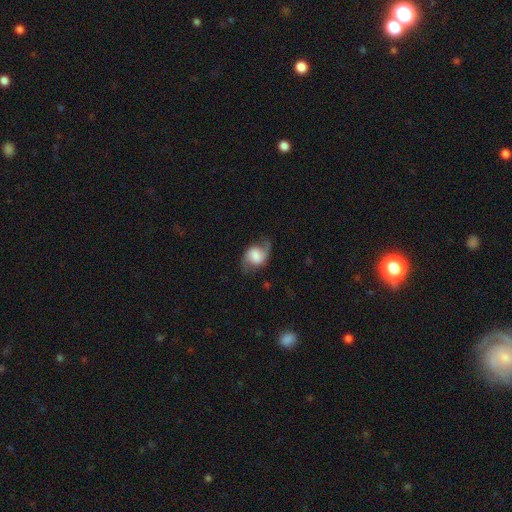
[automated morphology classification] Smooth or featured: featured or disk — 63% (smooth — 28%)
Edge-on disk: no — 96% (yes — 4%)
Bar: no — 50% (weak — 38%)
Spiral arms: yes — 91% (no — 9%)
Spiral winding: loose — 60% (medium — 31%)
Spiral arm count: 2 — 90% (1 — 4%)
Bulge size: large — 32% (moderate — 23%)
Merging: none — 69% (minor disturbance — 19%)